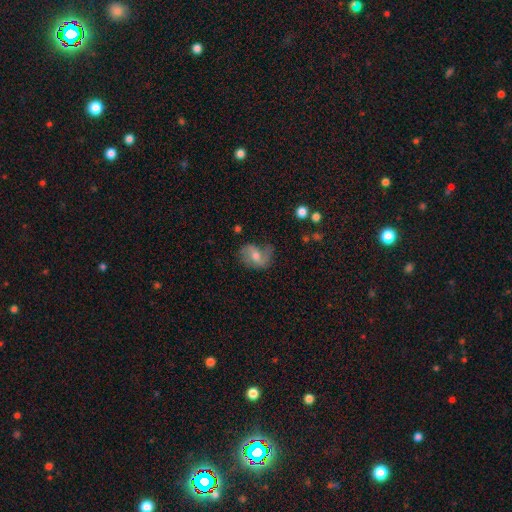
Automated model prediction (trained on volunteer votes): The model was most divided on "bar": weak: 45%, no: 40%, strong: 15%. Remaining: edge-on disk — no (97%); spiral arms — yes (88%); spiral arm count — 2 (76%); smooth or featured — featured or disk (65%); bulge size — moderate (63%); merging — none (57%); spiral winding — loose (47%).